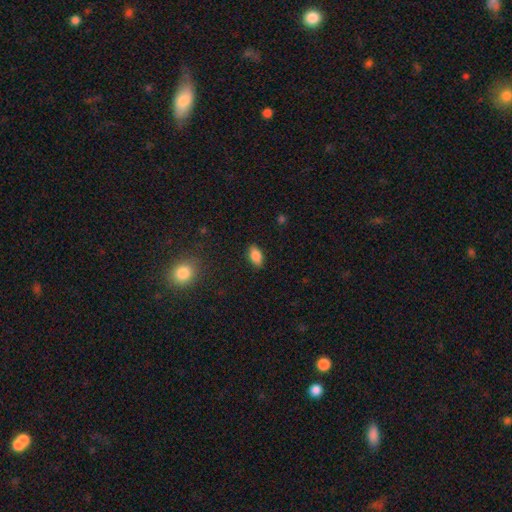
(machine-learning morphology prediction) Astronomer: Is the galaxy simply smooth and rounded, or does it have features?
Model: smooth — 85%.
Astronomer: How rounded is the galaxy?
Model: in between — 90%.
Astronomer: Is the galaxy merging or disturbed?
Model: none — 87%.